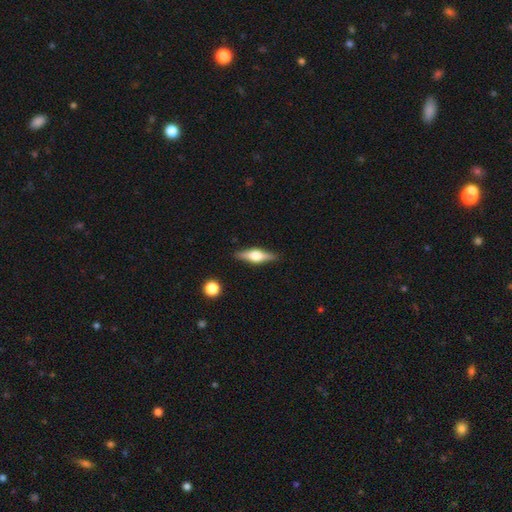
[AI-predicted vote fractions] This is likely a featured or disk galaxy (62%). It is clearly viewed edge-on (95%). Edge-on bulge: clearly rounded (92%). Merging: clearly none (88%).